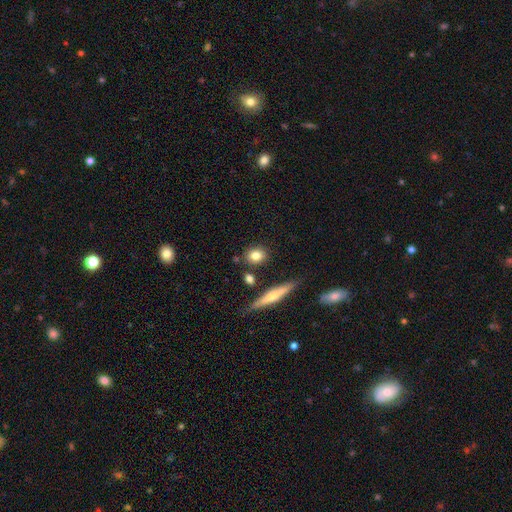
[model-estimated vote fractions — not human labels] Smooth or featured? Predicted: smooth (p=0.79). How rounded? Predicted: round (p=0.58). Merging? Predicted: none (p=0.82).